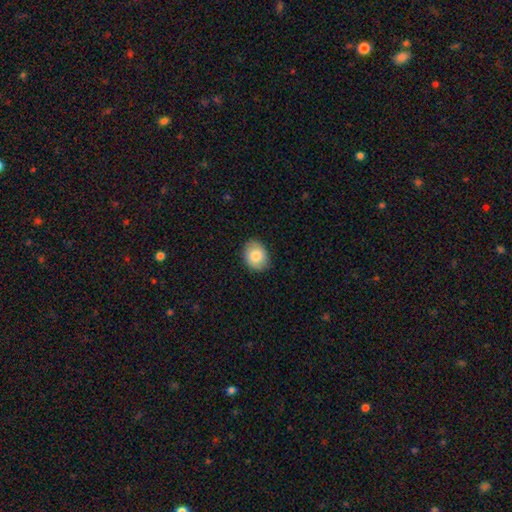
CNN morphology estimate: Smooth or featured? smooth (84%)
How rounded? in between (60%)
Merging? none (87%)